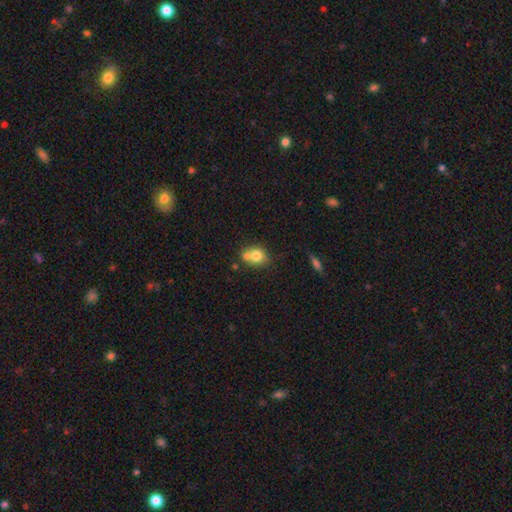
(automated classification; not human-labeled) A smooth galaxy with no disk features (75%) that is round (59%).

Vote fractions:
- Smooth or featured? smooth: 75% / featured or disk: 15% / star or artifact: 10%
- How rounded? round: 59% / in between: 40% / cigar-shaped: 1%
- Merging? none: 46% / merger: 38% / minor disturbance: 12% / major disturbance: 4%